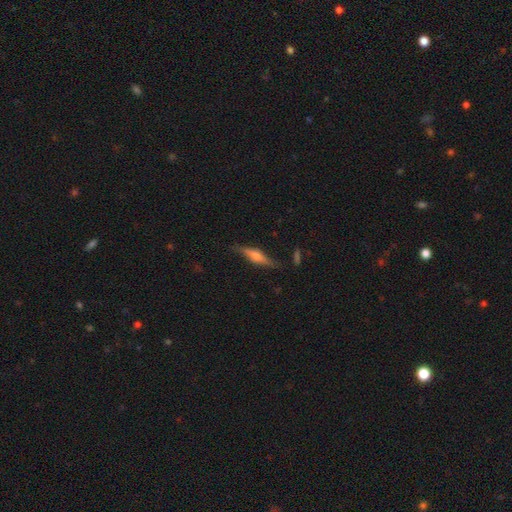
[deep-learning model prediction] smooth_or_featured: featured or disk (p=0.63) [alt: smooth p=0.30]
disk_edge_on: yes (p=0.95) [alt: no p=0.05]
edge_on_bulge: rounded (p=0.83) [alt: boxy p=0.12]
merging: none (p=0.80) [alt: minor disturbance p=0.15]